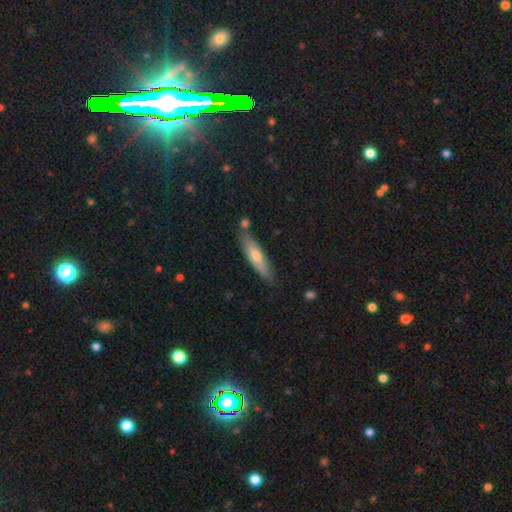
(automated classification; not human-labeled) Q: Smooth or featured?
A: smooth (59%); runner-up: featured or disk (34%)
Q: How rounded?
A: cigar-shaped (78%); runner-up: in between (20%)
Q: Merging?
A: none (76%); runner-up: minor disturbance (14%)